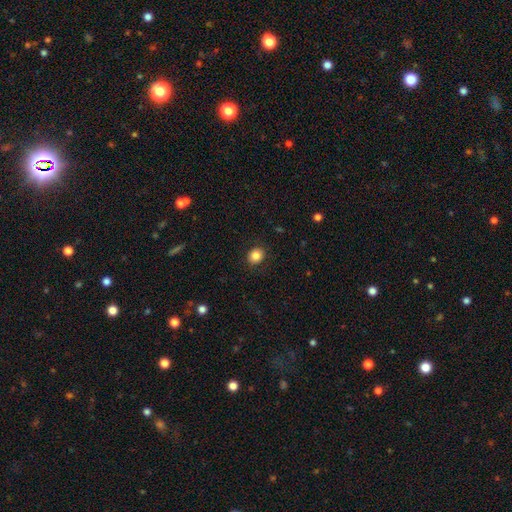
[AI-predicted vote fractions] Smooth or featured? smooth (85%)
How rounded? round (77%)
Merging? none (88%)